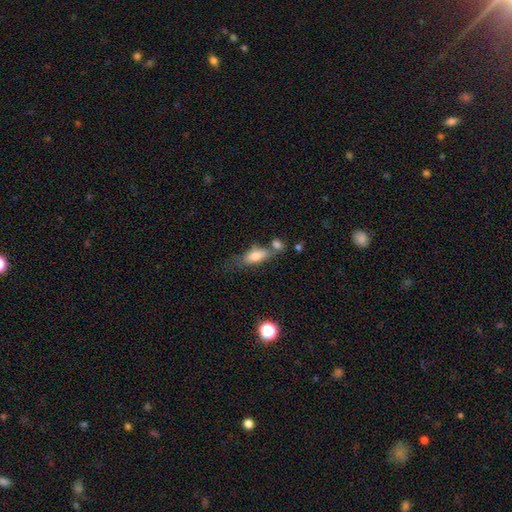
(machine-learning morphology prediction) A smooth galaxy with no disk features (72%) that is in between round and cigar-shaped (67%). Merging: none (42%).